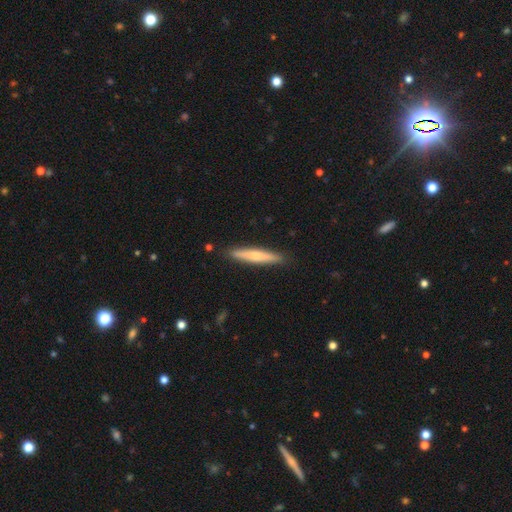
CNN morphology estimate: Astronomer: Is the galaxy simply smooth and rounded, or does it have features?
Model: smooth — 60%.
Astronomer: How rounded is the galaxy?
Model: cigar-shaped — 93%.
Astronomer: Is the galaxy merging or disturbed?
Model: none — 89%.